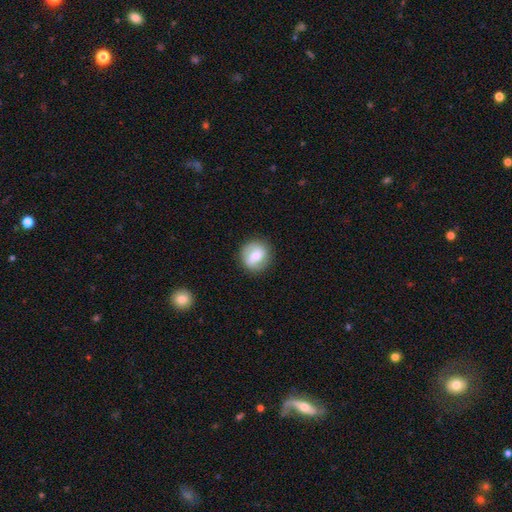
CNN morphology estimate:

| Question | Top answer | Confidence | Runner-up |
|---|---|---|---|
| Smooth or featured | featured or disk | 49% | smooth (44%) |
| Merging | none | 87% | minor disturbance (9%) |